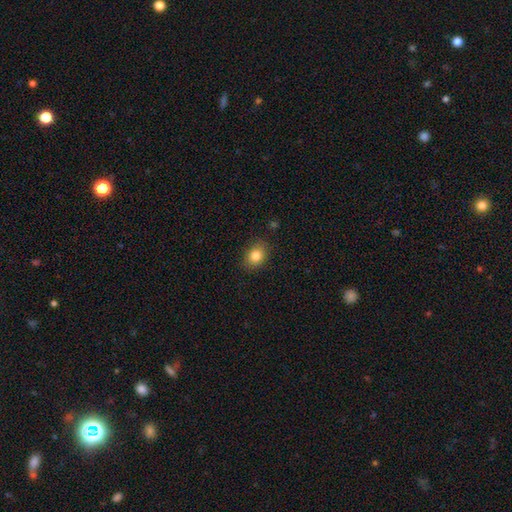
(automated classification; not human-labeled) Overall: smooth (84%). How rounded: in between (62%; round 37%). Merging: none (84%).